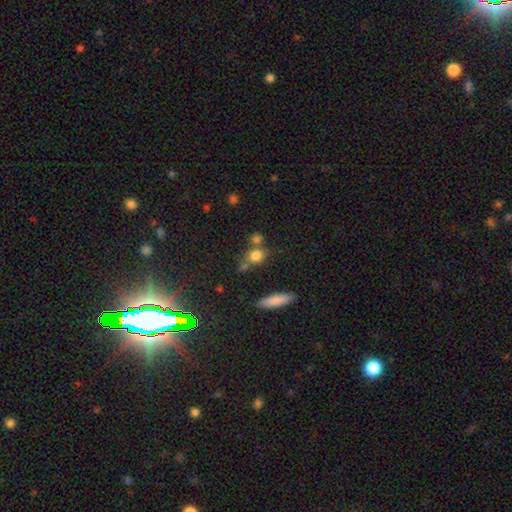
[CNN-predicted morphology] This is likely a smooth galaxy (77%). How rounded: likely round (66%). Merging: possibly none (56%).